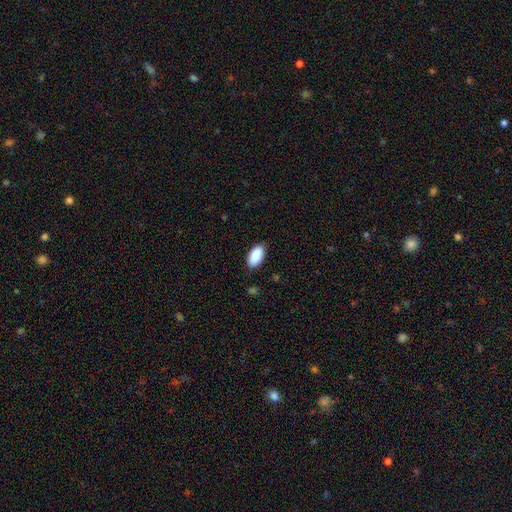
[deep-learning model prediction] A smooth galaxy with no disk features (91%) that is in between round and cigar-shaped (94%). Merging: none (86%).